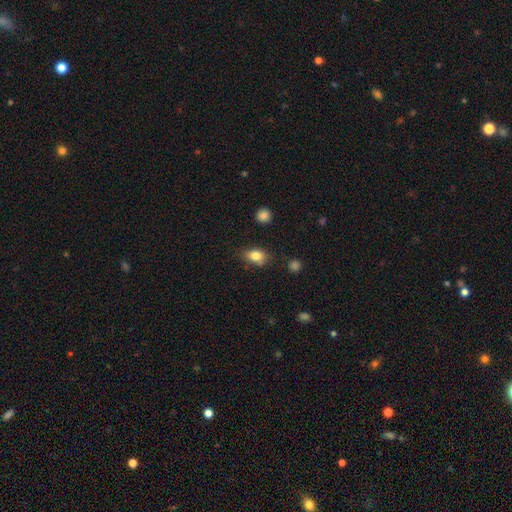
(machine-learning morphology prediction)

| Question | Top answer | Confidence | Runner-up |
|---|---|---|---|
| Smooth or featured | smooth | 82% | star or artifact (9%) |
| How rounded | in between | 79% | round (18%) |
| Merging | none | 74% | minor disturbance (19%) |